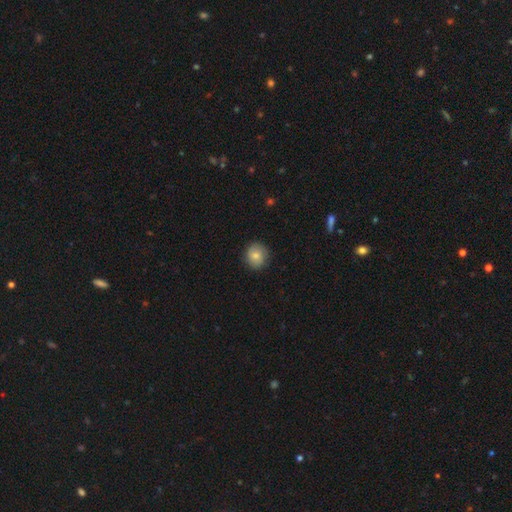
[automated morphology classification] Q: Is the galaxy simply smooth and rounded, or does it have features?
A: smooth — 75%.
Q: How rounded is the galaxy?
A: round — 85%.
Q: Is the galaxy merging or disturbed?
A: none — 86%.